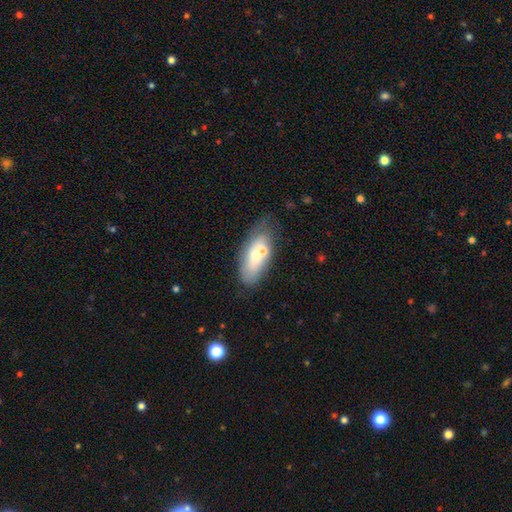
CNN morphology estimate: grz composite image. It shows a smooth galaxy with no disk features (58%) that is in between round and cigar-shaped (80%). Merging: none (50%).